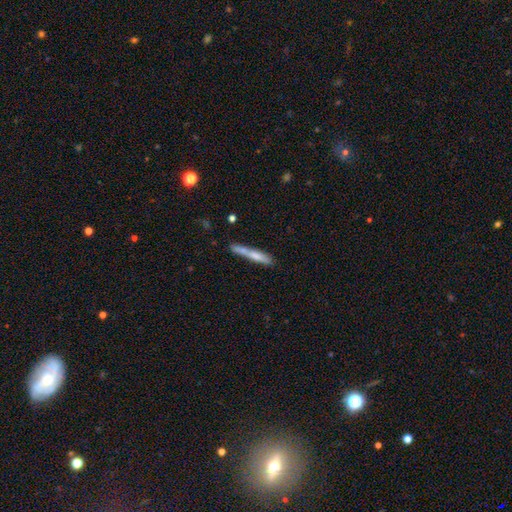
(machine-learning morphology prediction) Overall: smooth (68%). How rounded: cigar-shaped (93%). Merging: none (61%).